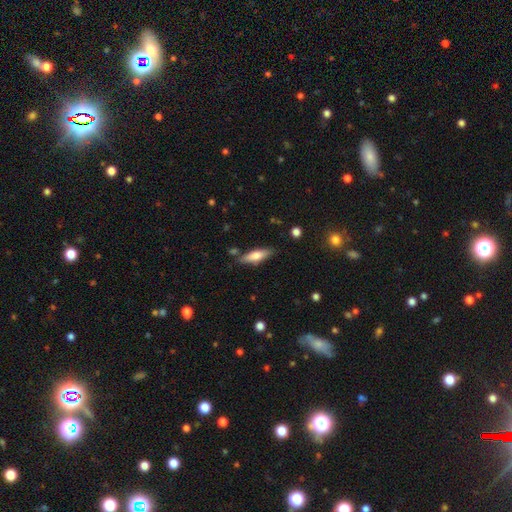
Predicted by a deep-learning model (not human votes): smooth 65%, featured or disk 29%, star or artifact 6%. Down the decision tree: how rounded — cigar-shaped (55%); merging — none (79%).